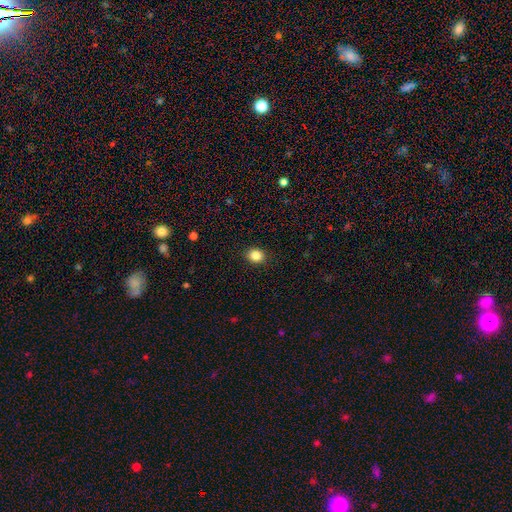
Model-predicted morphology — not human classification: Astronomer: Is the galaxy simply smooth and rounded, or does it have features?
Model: smooth — 85%.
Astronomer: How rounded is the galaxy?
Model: round — 60% (runner-up: in between, 39%).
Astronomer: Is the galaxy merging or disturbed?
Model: none — 90%.